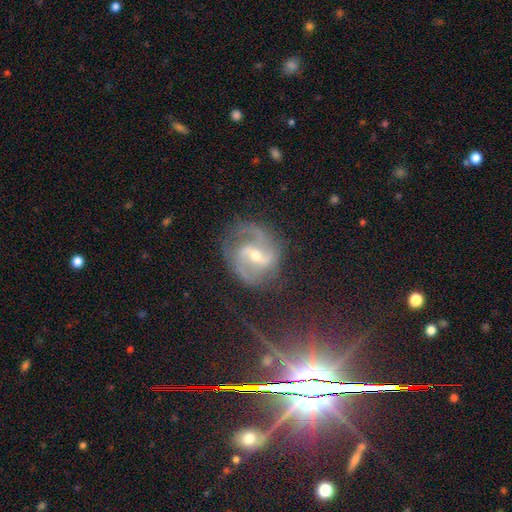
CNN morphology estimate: This appears to be a featured or disk galaxy (86%) with a weak bar (46%), 2 (80%) medium (53%) spiral arms (96%) and a moderate central bulge (57%). Merging: none (70%).